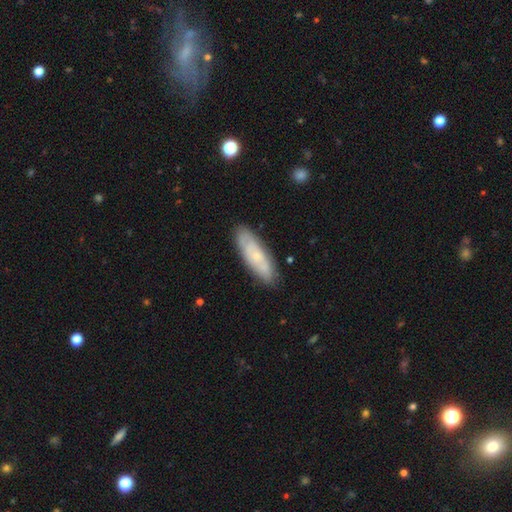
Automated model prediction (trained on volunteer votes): Smooth or featured: smooth — 53% (featured or disk — 40%)
How rounded: in between — 50% (cigar-shaped — 48%)
Merging: none — 83% (minor disturbance — 13%)